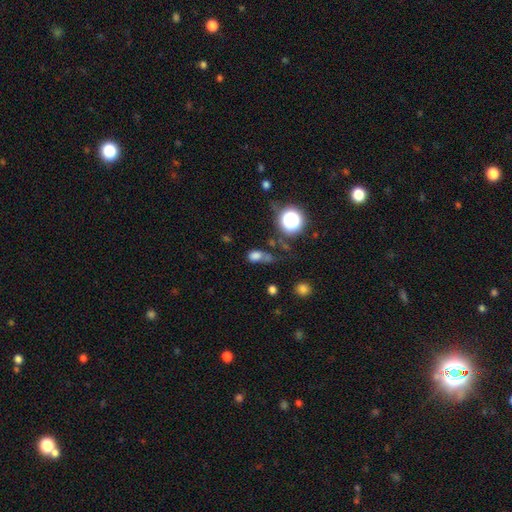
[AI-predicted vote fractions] Morphology: type=smooth (69%); roundness=in between (62%); merging=none (34%).